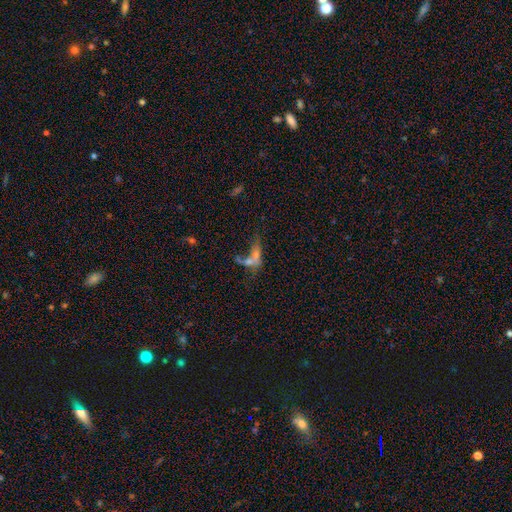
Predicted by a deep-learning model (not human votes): smooth 41%, featured or disk 36%, star or artifact 23%. Down the decision tree: merging — merger (46%).